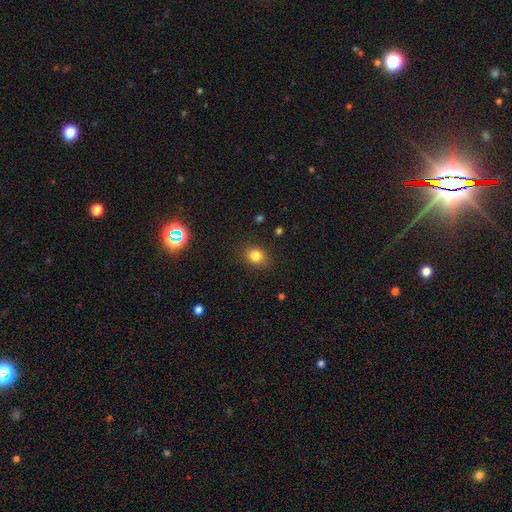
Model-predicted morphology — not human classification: Overall: smooth (81%). How rounded: round (53%; in between 46%). Merging: none (86%).